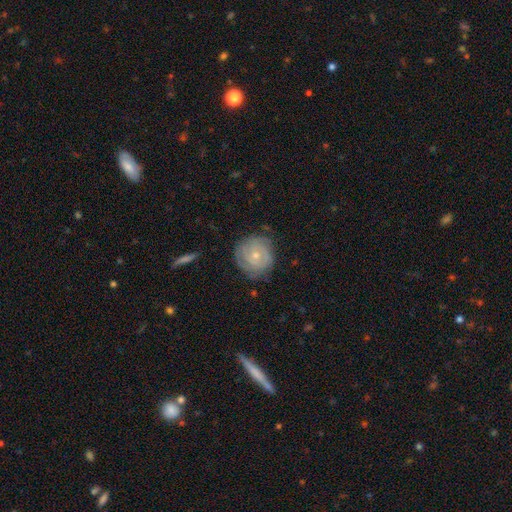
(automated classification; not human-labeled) Overall: featured or disk (67%). Edge-on disk: no (97%). Bar: no (79%). Spiral arms: yes (85%). Spiral arm count: can't tell (44%; 2 24%). Spiral winding: tight (73%). Bulge size: small (63%; moderate 33%). Merging: none (74%).